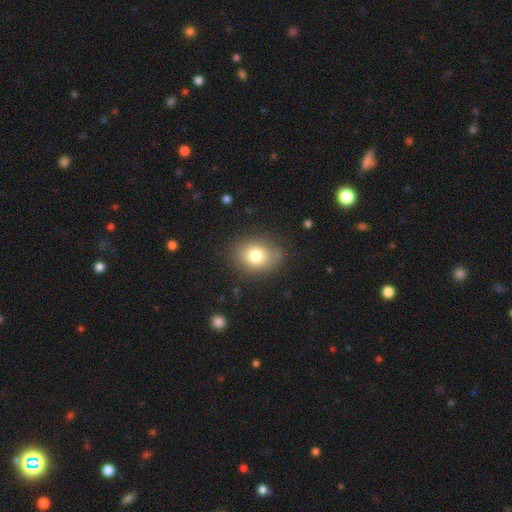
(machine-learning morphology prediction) Smooth or featured? Predicted: smooth (p=0.78). How rounded? Predicted: in between (p=0.51). Merging? Predicted: none (p=0.83).